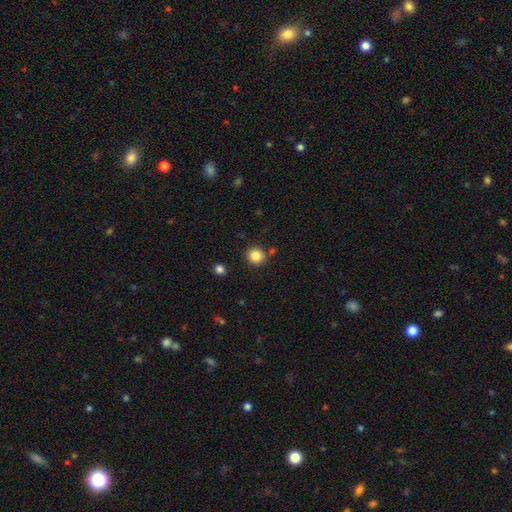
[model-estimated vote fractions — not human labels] smooth 85%, star or artifact 10%, featured or disk 4%. Down the decision tree: how rounded — round (91%); merging — none (84%).